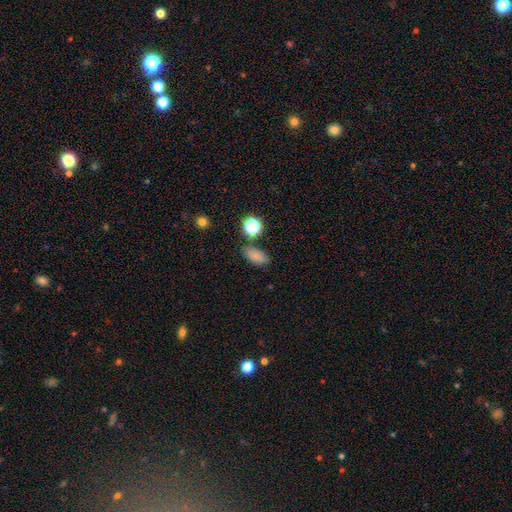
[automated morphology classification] Overall: smooth (78%). How rounded: in between (85%). Merging: none (77%).